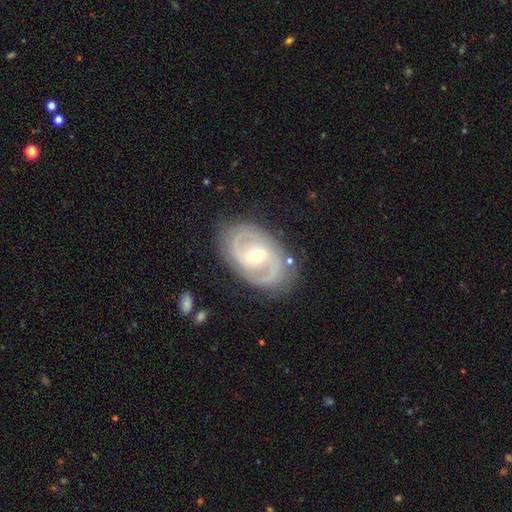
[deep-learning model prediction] Smooth or featured?
  - featured or disk: 86% *
  - smooth: 9%
  - star or artifact: 5%
Edge-on disk?
  - no: 96% *
  - yes: 4%
Bar?
  - weak: 51% *
  - no: 25%
  - strong: 24%
Spiral arms?
  - yes: 92% *
  - no: 8%
Spiral winding?
  - tight: 44% *
  - medium: 43%
  - loose: 13%
Spiral arm count?
  - 2: 80% *
  - can't tell: 9%
  - 3: 5%
  - 1: 3%
  - 4: 2%
  - more than 4: 2%
Bulge size?
  - moderate: 74% *
  - small: 16%
  - large: 8%
  - dominant: 1%
  - none: 1%
Merging?
  - none: 79% *
  - minor disturbance: 15%
  - major disturbance: 5%
  - merger: 2%